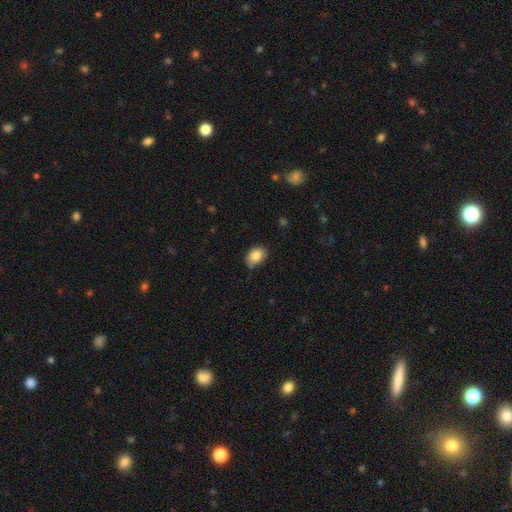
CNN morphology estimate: Smooth or featured: smooth — 85% (star or artifact — 8%)
How rounded: in between — 75% (round — 24%)
Merging: none — 73% (minor disturbance — 21%)